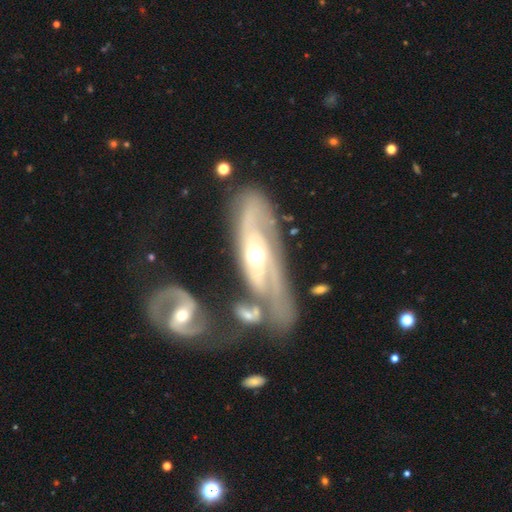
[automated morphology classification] A featured or disk galaxy (85%) with no bar (60%), 2 (69%) medium (41%) spiral arms (89%) and a moderate central bulge (71%). Merging: none (52%).